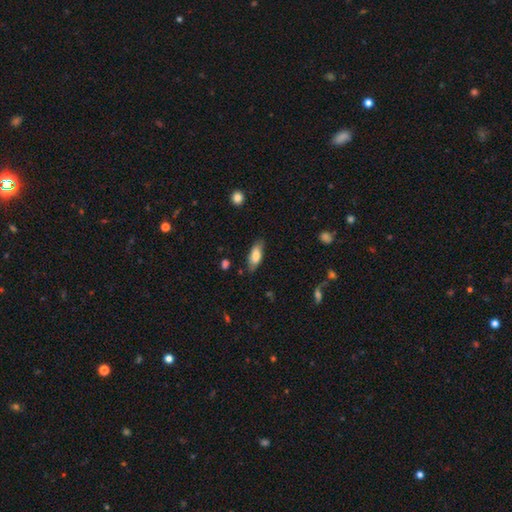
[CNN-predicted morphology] smooth 77%, featured or disk 17%, star or artifact 6%. Down the decision tree: how rounded — in between (78%); merging — none (79%).